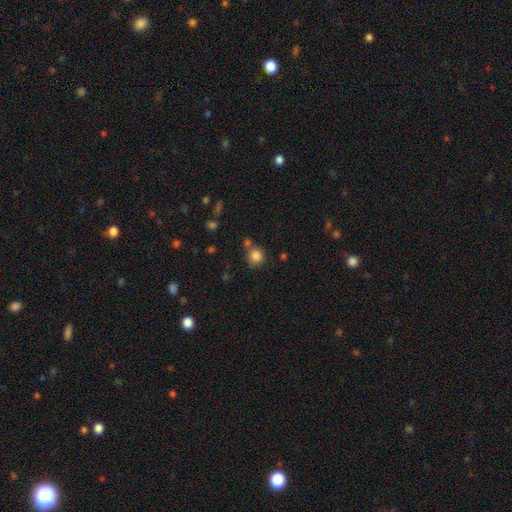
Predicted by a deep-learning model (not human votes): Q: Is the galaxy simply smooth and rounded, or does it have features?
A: smooth — 84%.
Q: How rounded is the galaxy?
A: round — 87%.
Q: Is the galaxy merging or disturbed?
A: none — 66%.